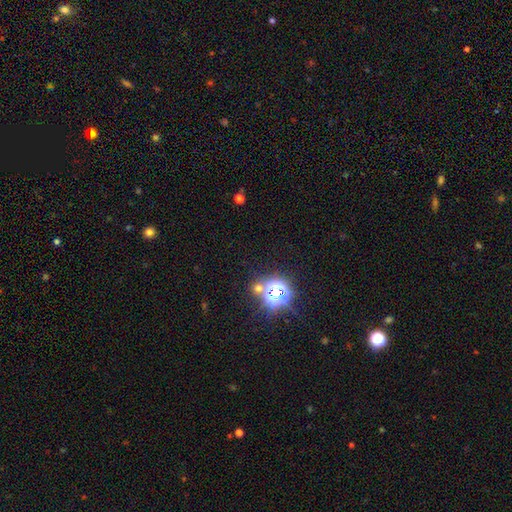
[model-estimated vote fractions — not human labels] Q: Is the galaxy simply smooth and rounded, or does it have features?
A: star or artifact — 78%.